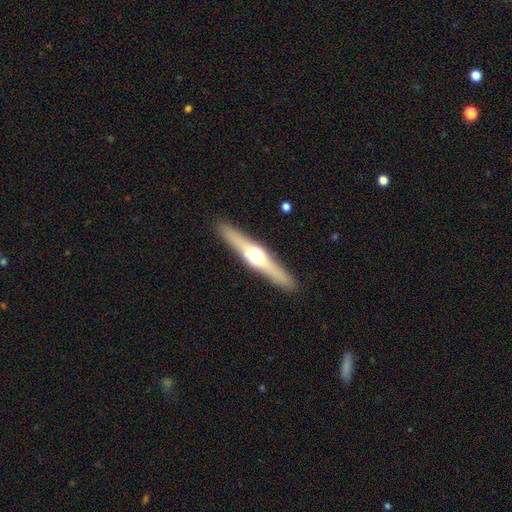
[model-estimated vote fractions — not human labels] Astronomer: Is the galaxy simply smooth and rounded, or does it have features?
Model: featured or disk — 69%.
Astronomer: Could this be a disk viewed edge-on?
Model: yes — 96%.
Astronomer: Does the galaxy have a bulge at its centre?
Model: rounded — 94%.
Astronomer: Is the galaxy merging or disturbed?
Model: none — 90%.